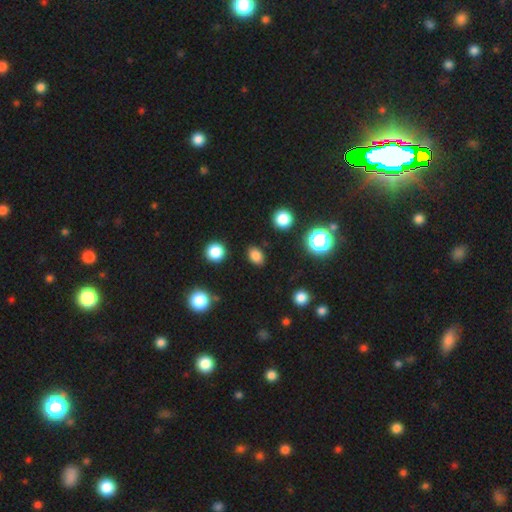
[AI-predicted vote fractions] Morphology: type=smooth (81%); roundness=in between (72%); merging=none (87%).